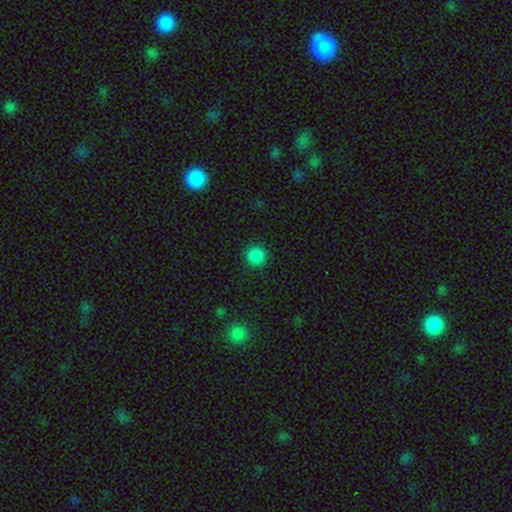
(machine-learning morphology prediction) This appears to be a smooth galaxy with no disk features (86%) that is round (94%). Merging: none (91%).